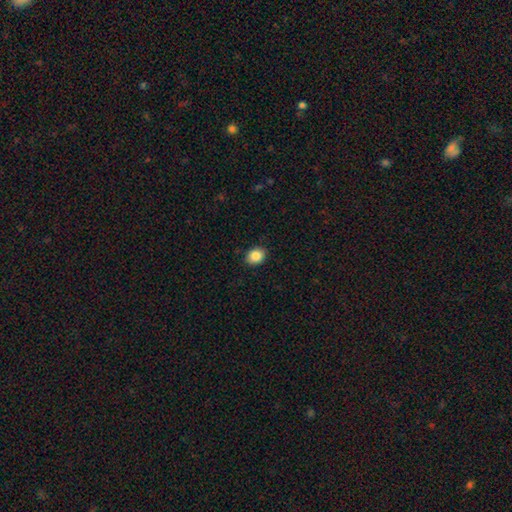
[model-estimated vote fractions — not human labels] A smooth galaxy with no disk features (87%) that is in between round and cigar-shaped (56%).

Vote fractions:
- Smooth or featured? smooth: 87% / star or artifact: 9% / featured or disk: 5%
- How rounded? in between: 56% / round: 43% / cigar-shaped: 1%
- Merging? none: 89% / minor disturbance: 8% / major disturbance: 2% / merger: 1%